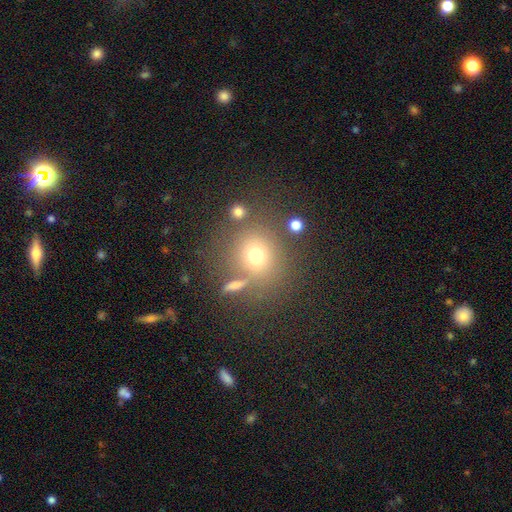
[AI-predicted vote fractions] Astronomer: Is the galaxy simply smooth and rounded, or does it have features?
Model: smooth — 69%.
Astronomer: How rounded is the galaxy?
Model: round — 86%.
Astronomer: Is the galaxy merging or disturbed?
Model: none — 72%.